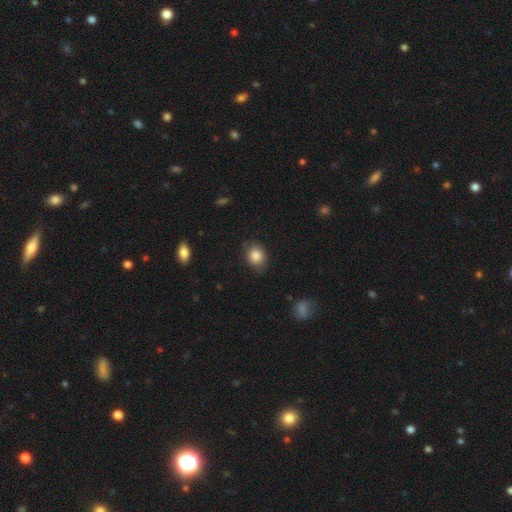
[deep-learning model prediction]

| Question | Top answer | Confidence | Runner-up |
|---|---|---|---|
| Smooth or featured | smooth | 85% | star or artifact (9%) |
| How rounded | round | 56% | in between (43%) |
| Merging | none | 78% | minor disturbance (17%) |